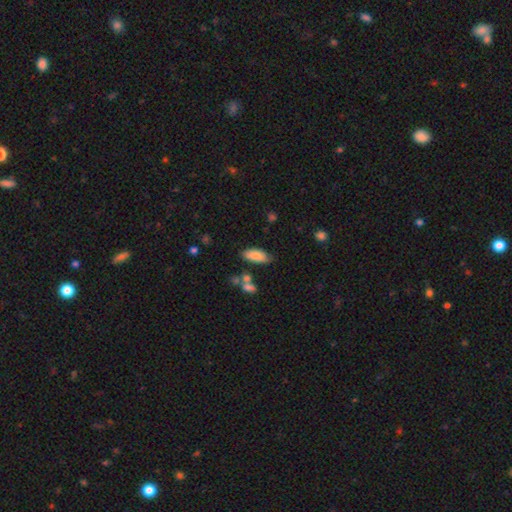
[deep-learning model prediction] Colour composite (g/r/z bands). It shows a smooth galaxy with no disk features (82%) that is in between round and cigar-shaped (84%). Merging: none (68%).